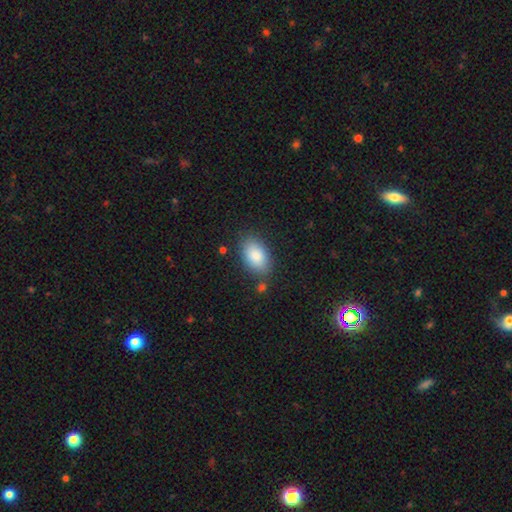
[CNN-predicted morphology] This is clearly a smooth galaxy (86%). How rounded: clearly in between (91%). Merging: likely none (79%).